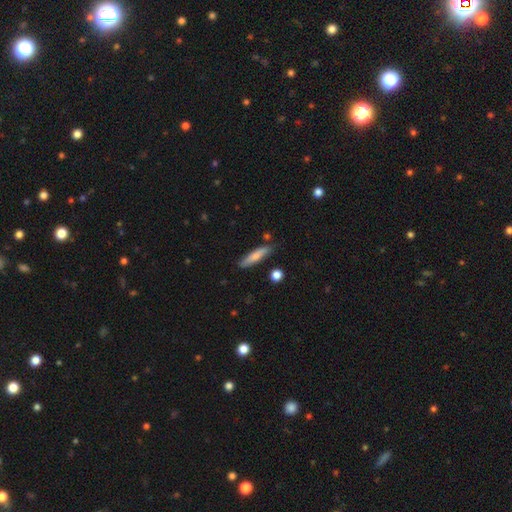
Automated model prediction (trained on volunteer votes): The model was most divided on "smooth or featured": smooth: 74%, featured or disk: 20%, star or artifact: 6%. More confident: how rounded — cigar-shaped (82%); merging — none (82%).